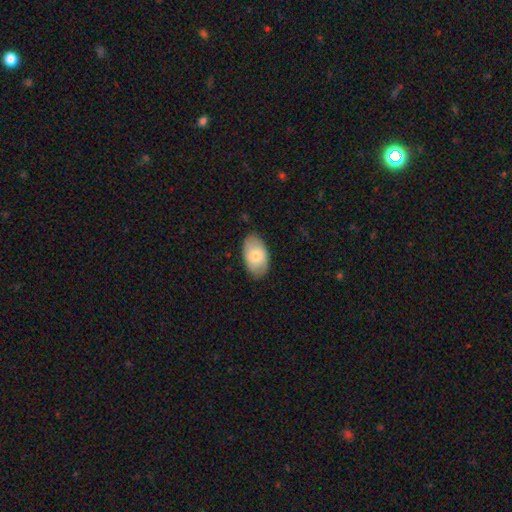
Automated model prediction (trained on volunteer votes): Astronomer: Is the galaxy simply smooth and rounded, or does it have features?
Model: smooth — 76%.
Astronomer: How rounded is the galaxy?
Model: in between — 94%.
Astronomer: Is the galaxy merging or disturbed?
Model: none — 82%.